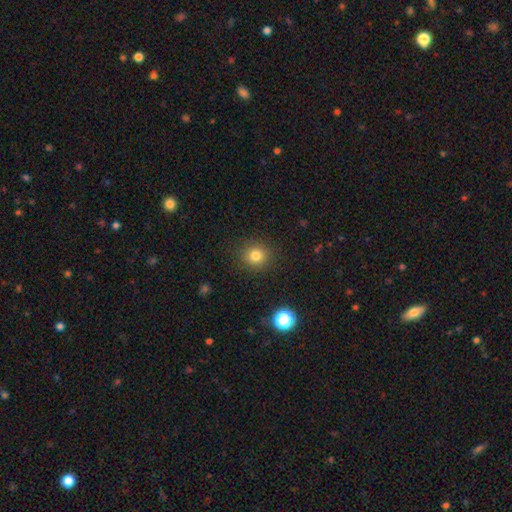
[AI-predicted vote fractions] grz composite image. It shows a smooth galaxy with no disk features (80%) that is round (87%). Merging: none (89%).